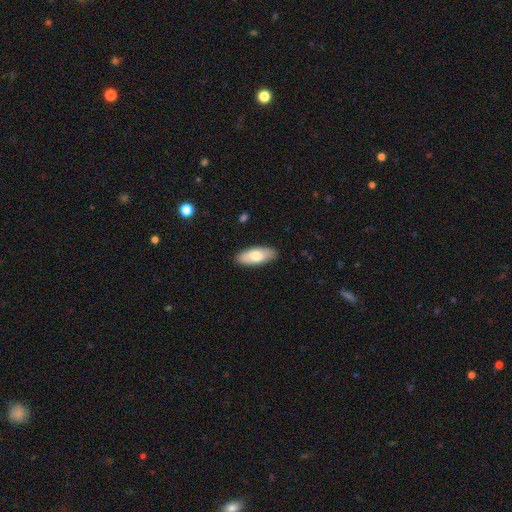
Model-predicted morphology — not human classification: A smooth galaxy with no disk features (73%) that is in between round and cigar-shaped (79%). Merging: none (87%).